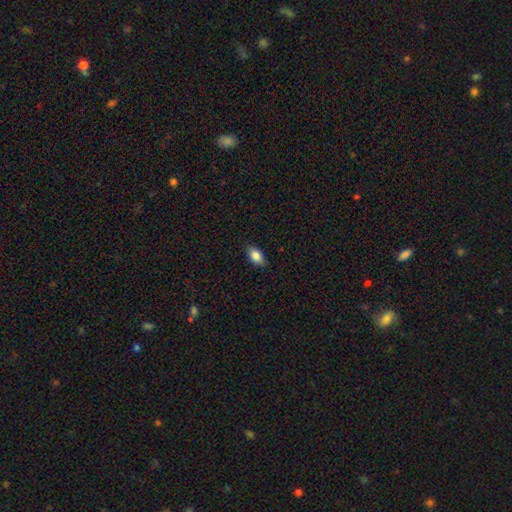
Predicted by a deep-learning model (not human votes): This is clearly a smooth galaxy (85%). How rounded: clearly in between (90%). Merging: clearly none (87%).